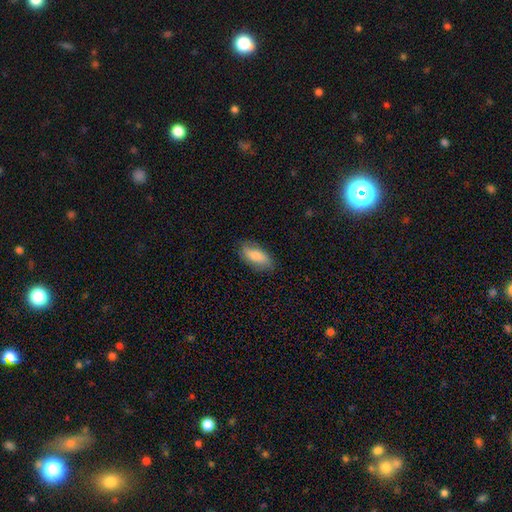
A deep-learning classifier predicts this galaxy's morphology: Smooth or featured? smooth (74%)
How rounded? in between (83%)
Merging? none (79%)